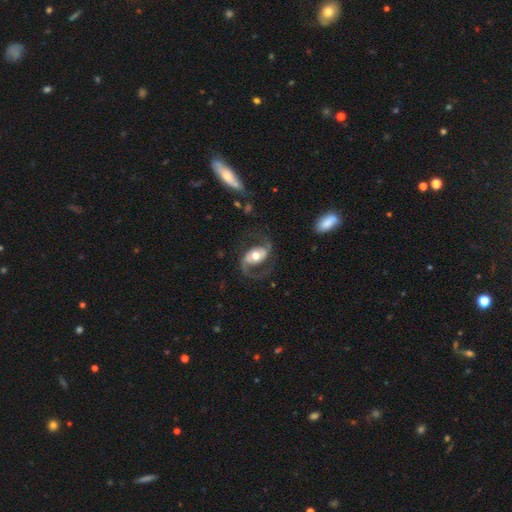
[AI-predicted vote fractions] Q: Smooth or featured?
A: featured or disk (84%); runner-up: smooth (11%)
Q: Edge-on disk?
A: no (97%); runner-up: yes (3%)
Q: Bar?
A: no (44%); runner-up: weak (32%)
Q: Spiral arms?
A: yes (93%); runner-up: no (7%)
Q: Spiral winding?
A: medium (48%); runner-up: loose (40%)
Q: Spiral arm count?
A: 2 (90%); runner-up: 1 (4%)
Q: Bulge size?
A: moderate (69%); runner-up: large (18%)
Q: Merging?
A: none (68%); runner-up: major disturbance (16%)